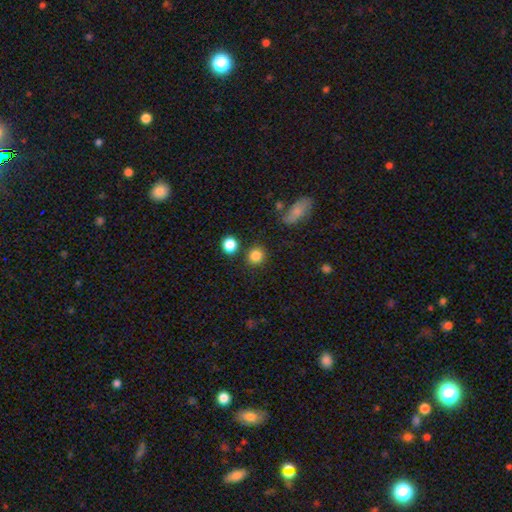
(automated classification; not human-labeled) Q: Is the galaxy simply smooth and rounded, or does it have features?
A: smooth — 84%.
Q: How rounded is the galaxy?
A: round — 89%.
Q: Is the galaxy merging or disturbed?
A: none — 84%.